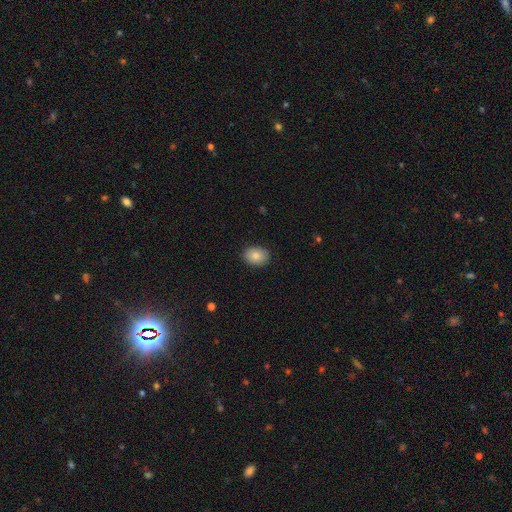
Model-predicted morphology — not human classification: A smooth galaxy with no disk features (84%) that is in between round and cigar-shaped (68%).

Vote fractions:
- Smooth or featured? smooth: 84% / star or artifact: 8% / featured or disk: 8%
- How rounded? in between: 68% / round: 31% / cigar-shaped: 1%
- Merging? none: 88% / minor disturbance: 9% / major disturbance: 2% / merger: 1%